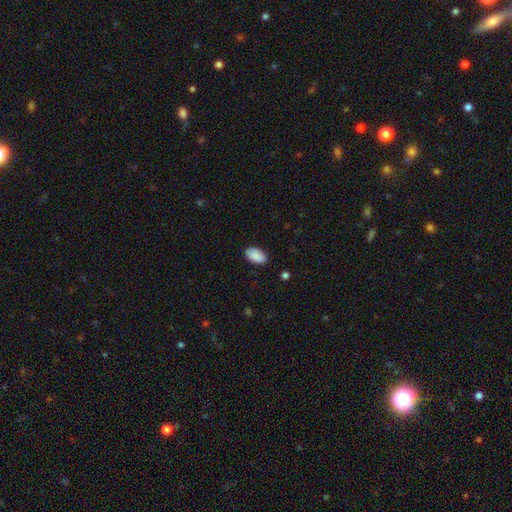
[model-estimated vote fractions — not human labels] Smooth or featured?
  - smooth: 90% *
  - star or artifact: 6%
  - featured or disk: 3%
How rounded?
  - in between: 95% *
  - round: 4%
  - cigar-shaped: 2%
Merging?
  - none: 86% *
  - minor disturbance: 10%
  - major disturbance: 2%
  - merger: 1%